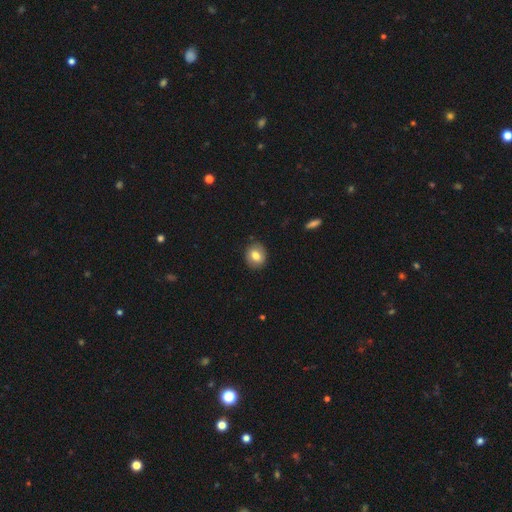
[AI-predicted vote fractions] Smooth or featured? Predicted: smooth (p=0.76). How rounded? Predicted: round (p=0.66). Merging? Predicted: none (p=0.87).